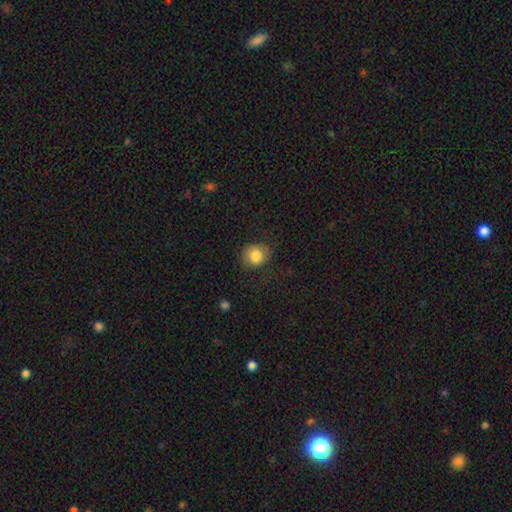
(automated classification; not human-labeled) Smooth or featured? smooth (83%)
How rounded? round (78%)
Merging? none (77%)